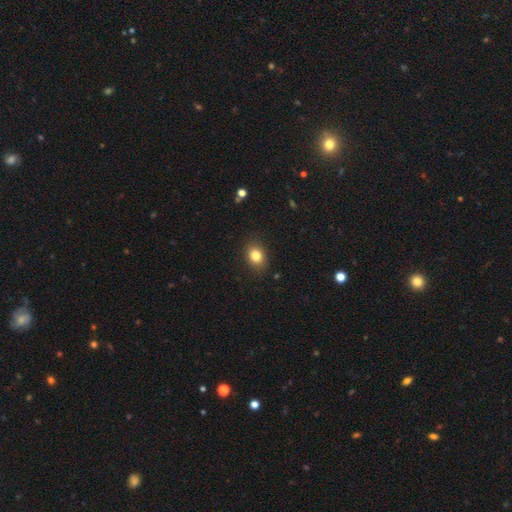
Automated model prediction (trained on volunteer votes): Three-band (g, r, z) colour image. It shows a smooth galaxy with no disk features (83%) that is in between round and cigar-shaped (63%). Merging: none (85%).